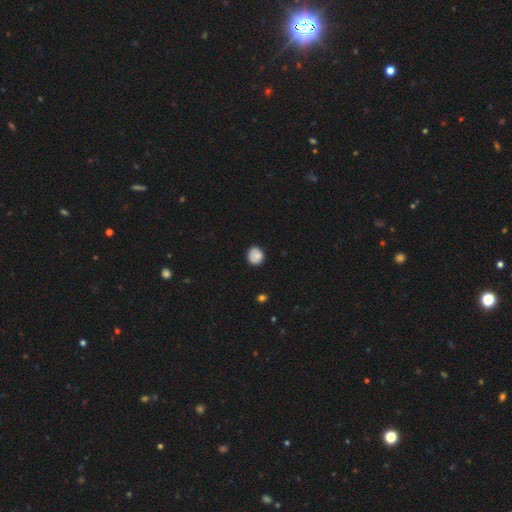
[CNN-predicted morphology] A smooth galaxy with no disk features (80%) that is round (81%). Merging: none (75%).